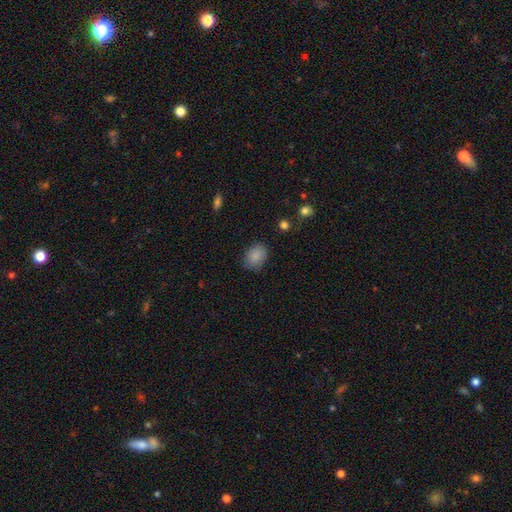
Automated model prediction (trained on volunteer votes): smooth-or-featured: smooth: 87% | star or artifact: 8% | featured or disk: 5%
  how-rounded: in between: 61% | round: 38% | cigar-shaped: 1%
  merging: none: 81% | minor disturbance: 14% | major disturbance: 4% | merger: 1%